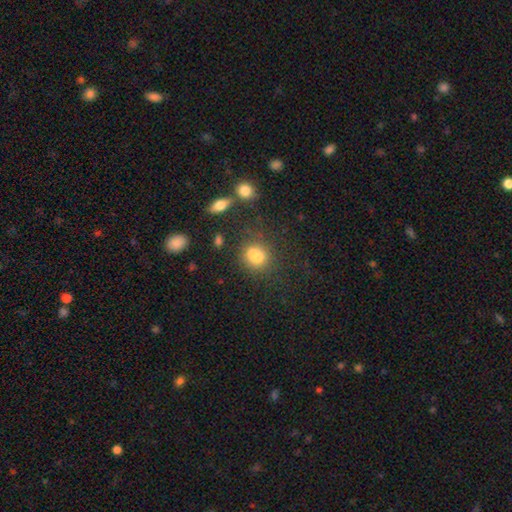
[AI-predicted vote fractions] Morphology: type=smooth (75%); roundness=round (52%); merging=none (47%).